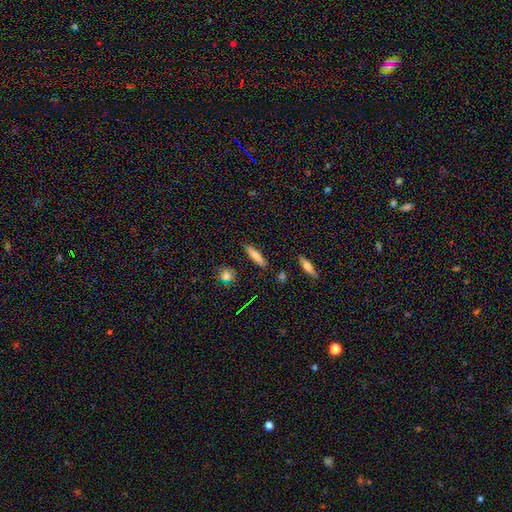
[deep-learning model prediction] Smooth or featured: smooth — 75% (featured or disk — 17%)
How rounded: cigar-shaped — 78% (in between — 19%)
Merging: none — 86% (minor disturbance — 10%)